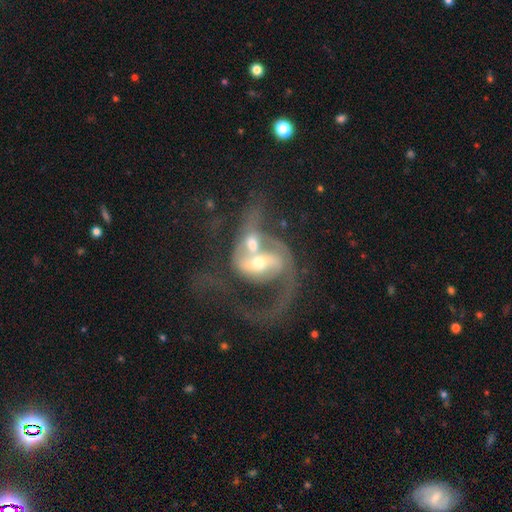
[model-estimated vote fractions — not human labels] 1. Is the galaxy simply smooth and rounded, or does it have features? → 83% featured or disk, 11% smooth, 7% star or artifact.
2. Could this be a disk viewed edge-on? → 97% no, 3% yes.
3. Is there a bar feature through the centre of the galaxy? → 40% weak, 37% no, 23% strong.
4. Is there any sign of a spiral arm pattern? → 88% yes, 12% no.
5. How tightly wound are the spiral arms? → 44% loose, 42% medium, 14% tight.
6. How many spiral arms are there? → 53% 2, 27% 1, 12% can't tell, 4% 3, 2% 4, 2% more than 4.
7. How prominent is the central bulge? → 56% moderate, 32% small, 7% large, 2% none, 1% dominant.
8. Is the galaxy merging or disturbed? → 65% merger, 17% major disturbance, 13% none, 6% minor disturbance.